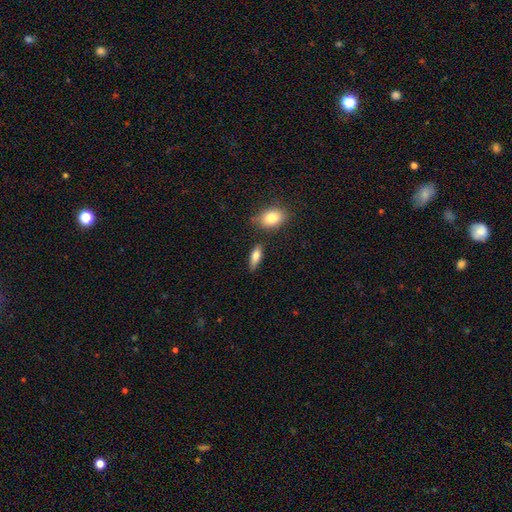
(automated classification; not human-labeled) A smooth galaxy with no disk features (76%) that is in between round and cigar-shaped (72%). Merging: none (75%).